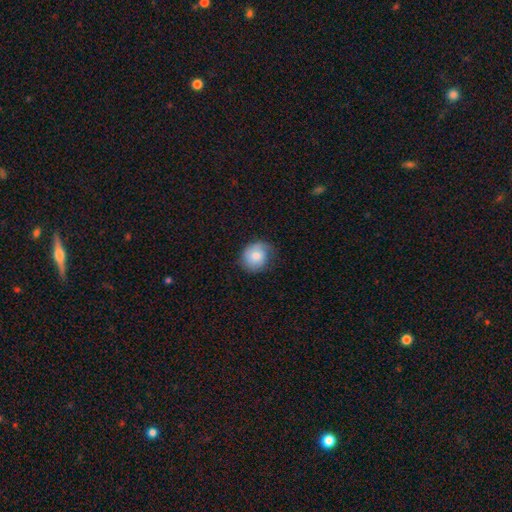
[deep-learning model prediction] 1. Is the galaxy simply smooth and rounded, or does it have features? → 75% smooth, 18% featured or disk, 7% star or artifact.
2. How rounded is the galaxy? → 75% round, 24% in between, 1% cigar-shaped.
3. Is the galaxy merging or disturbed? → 64% none, 27% minor disturbance, 7% major disturbance, 1% merger.